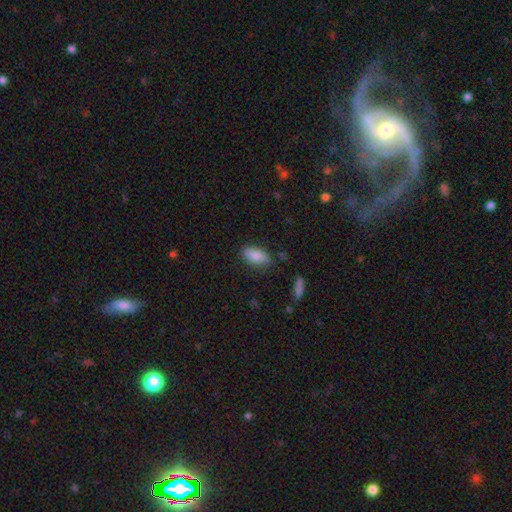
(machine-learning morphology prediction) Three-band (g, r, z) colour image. It shows a smooth galaxy with no disk features (85%) that is in between round and cigar-shaped (88%). Merging: none (81%).